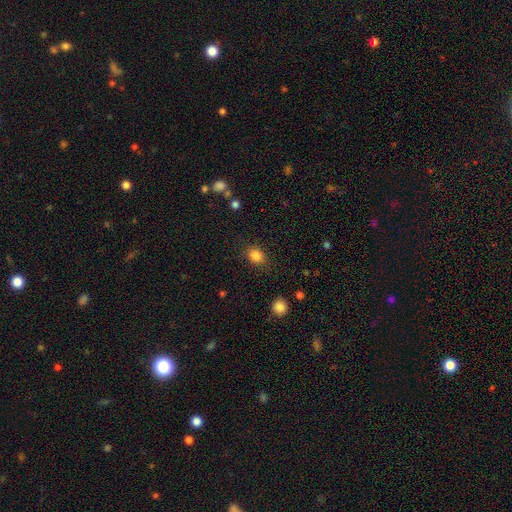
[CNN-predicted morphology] A smooth galaxy with no disk features (85%) that is in between round and cigar-shaped (57%).

Vote fractions:
- Smooth or featured? smooth: 85% / star or artifact: 11% / featured or disk: 4%
- How rounded? in between: 57% / round: 41% / cigar-shaped: 1%
- Merging? none: 83% / minor disturbance: 12% / major disturbance: 4% / merger: 1%